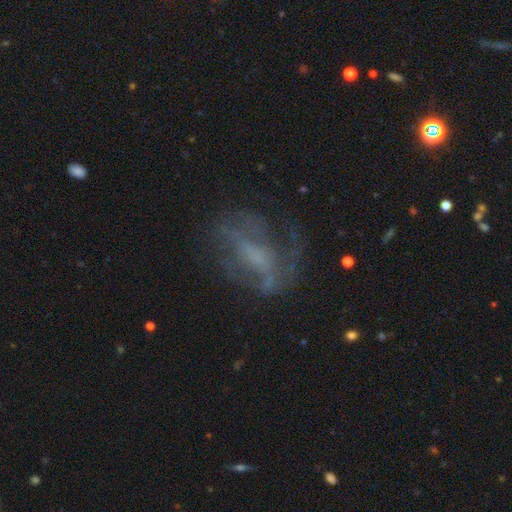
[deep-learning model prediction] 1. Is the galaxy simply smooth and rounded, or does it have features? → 61% featured or disk, 24% smooth, 15% star or artifact.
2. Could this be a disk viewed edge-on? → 91% no, 9% yes.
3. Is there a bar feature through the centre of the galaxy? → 46% no, 33% weak, 20% strong.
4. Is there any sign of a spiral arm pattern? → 52% yes, 48% no.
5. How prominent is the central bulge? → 47% none, 27% small, 19% moderate, 5% large, 1% dominant.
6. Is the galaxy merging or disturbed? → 51% none, 27% major disturbance, 20% minor disturbance, 3% merger.